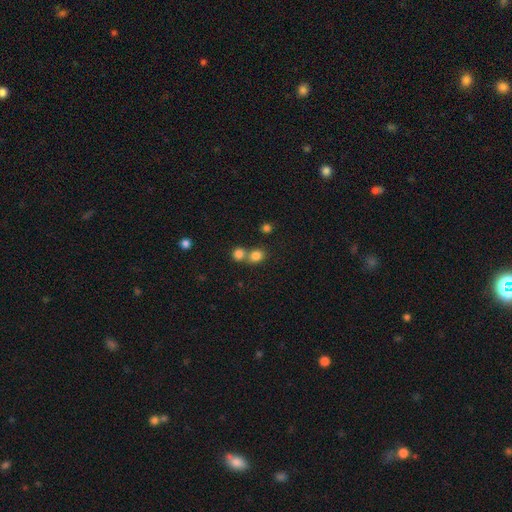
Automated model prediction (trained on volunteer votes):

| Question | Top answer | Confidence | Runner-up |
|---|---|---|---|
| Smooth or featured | smooth | 81% | star or artifact (12%) |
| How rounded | round | 69% | in between (30%) |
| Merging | none | 46% | merger (45%) |